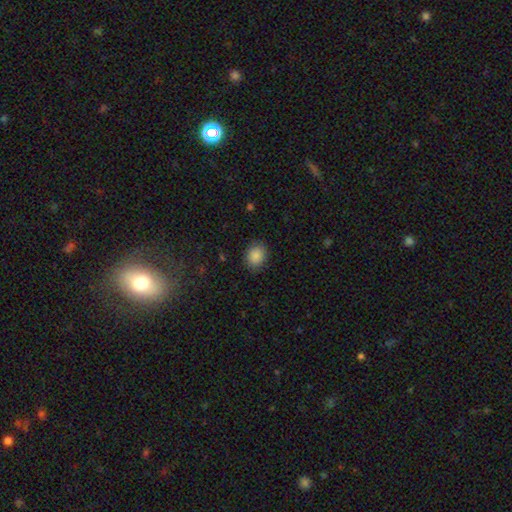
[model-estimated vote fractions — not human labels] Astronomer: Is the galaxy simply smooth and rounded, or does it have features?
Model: smooth — 88%.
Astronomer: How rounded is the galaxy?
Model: in between — 50% (runner-up: round, 49%).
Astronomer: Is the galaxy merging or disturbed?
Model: none — 86%.